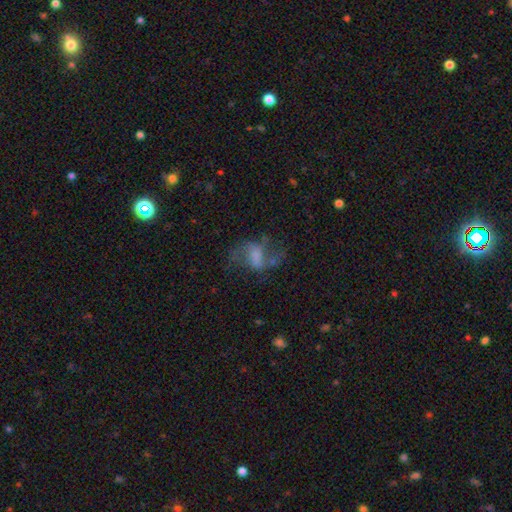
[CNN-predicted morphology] The model was most divided on "bulge size": none: 33%, moderate: 26%, small: 25%, large: 13%, dominant: 2%. Remaining: edge-on disk — no (96%); spiral arms — yes (80%); smooth or featured — featured or disk (60%); merging — none (53%); bar — weak (46%).